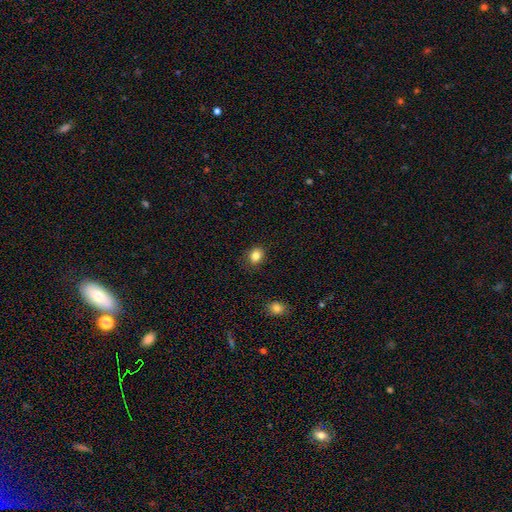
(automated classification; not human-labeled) Smooth or featured? smooth (84%)
How rounded? round (53%)
Merging? none (84%)